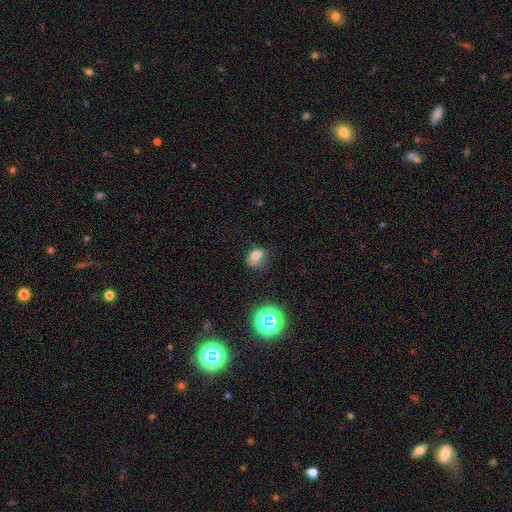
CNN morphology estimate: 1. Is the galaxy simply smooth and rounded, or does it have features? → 71% smooth, 17% star or artifact, 12% featured or disk.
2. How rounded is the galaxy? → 66% in between, 33% round, 1% cigar-shaped.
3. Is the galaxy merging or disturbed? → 51% none, 32% minor disturbance, 14% major disturbance, 3% merger.